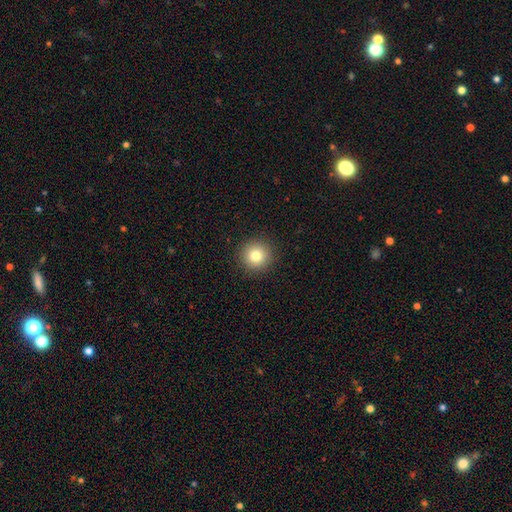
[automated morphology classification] smooth-or-featured: smooth: 80% | star or artifact: 12% | featured or disk: 8%
  how-rounded: round: 95% | in between: 4% | cigar-shaped: 1%
  merging: none: 92% | minor disturbance: 5% | major disturbance: 2% | merger: 1%